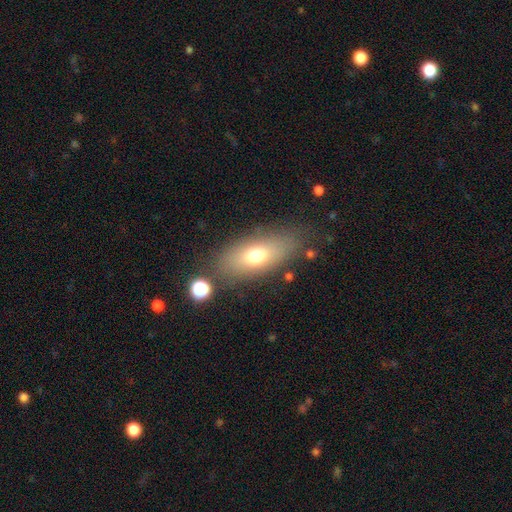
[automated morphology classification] type=smooth (70%); roundness=in between (80%); merging=none (77%).